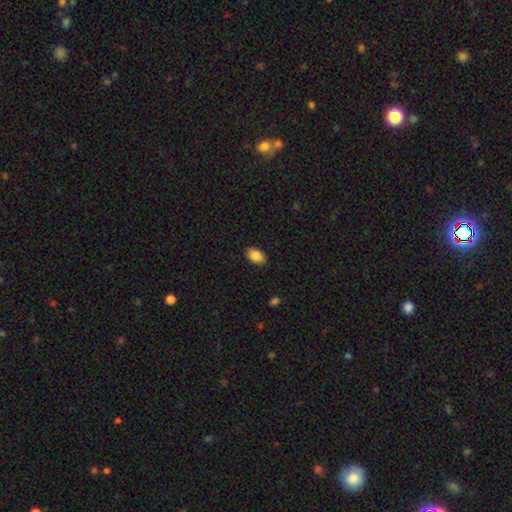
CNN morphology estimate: The model was most divided on "merging": none: 88%, minor disturbance: 9%, major disturbance: 2%, merger: 1%. More confident: how rounded — in between (89%); smooth or featured — smooth (87%).